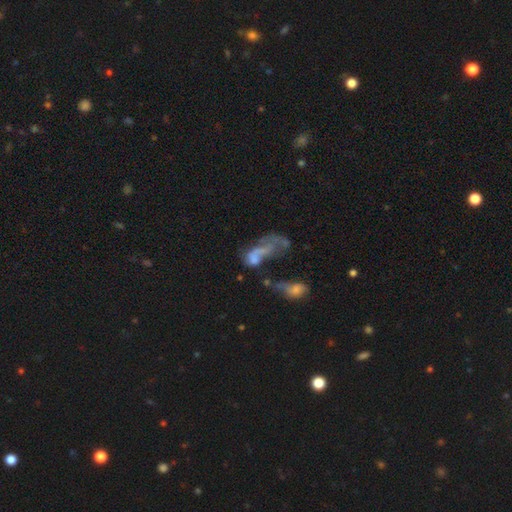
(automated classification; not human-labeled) A smooth galaxy with no disk features (45%).

Vote fractions:
- Smooth or featured? smooth: 45% / featured or disk: 40% / star or artifact: 15%
- Merging? merger: 42% / major disturbance: 36% / none: 13% / minor disturbance: 9%